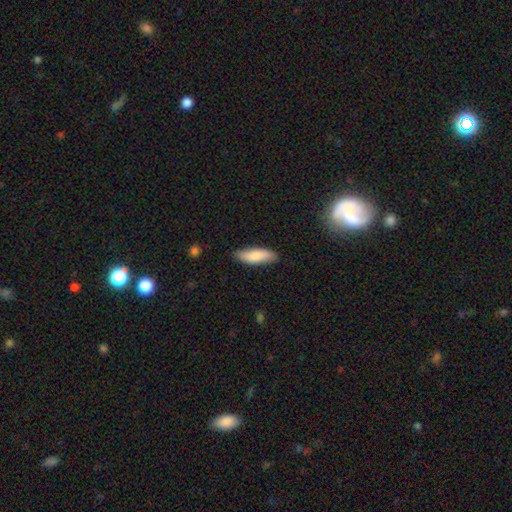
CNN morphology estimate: Q: Smooth or featured?
A: smooth (80%); runner-up: featured or disk (15%)
Q: How rounded?
A: in between (58%); runner-up: cigar-shaped (41%)
Q: Merging?
A: none (83%); runner-up: minor disturbance (13%)